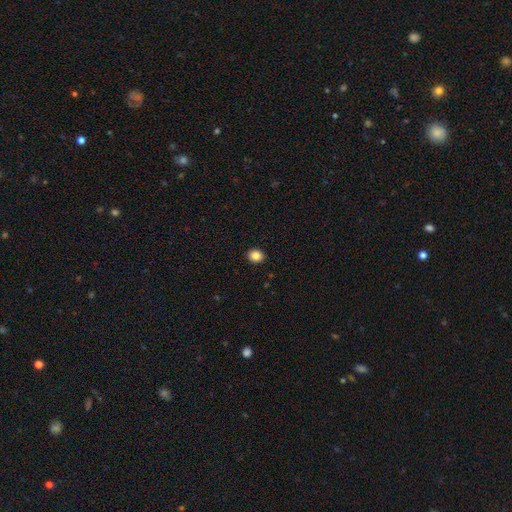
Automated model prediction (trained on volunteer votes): smooth_or_featured: smooth (p=0.86) [alt: star or artifact p=0.10]
how_rounded: round (p=0.66) [alt: in between p=0.33]
merging: none (p=0.92) [alt: minor disturbance p=0.06]